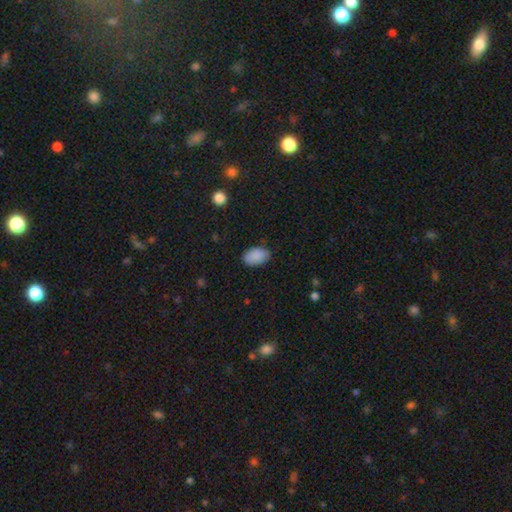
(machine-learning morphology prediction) This is clearly a smooth galaxy (89%). How rounded: clearly in between (91%). Merging: clearly none (83%).